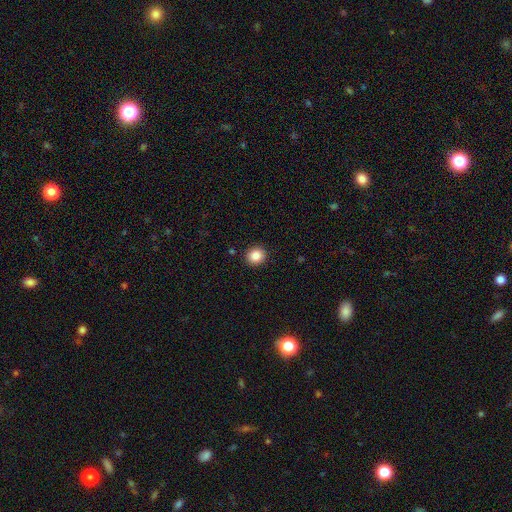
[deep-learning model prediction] This appears to be a smooth galaxy with no disk features (86%) that is round (86%). Merging: none (92%).